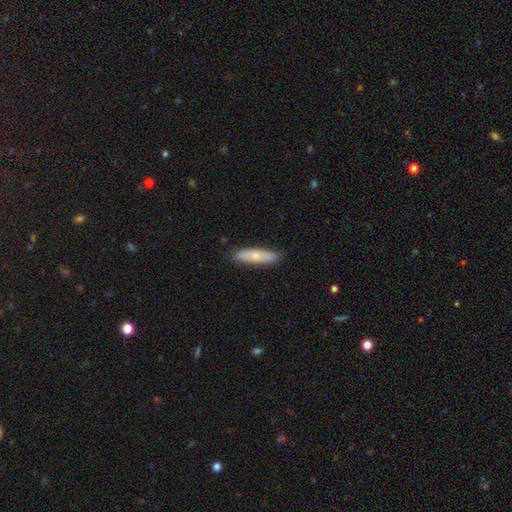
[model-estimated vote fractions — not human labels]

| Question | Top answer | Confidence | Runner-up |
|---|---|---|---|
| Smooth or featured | smooth | 63% | featured or disk (31%) |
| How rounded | cigar-shaped | 62% | in between (36%) |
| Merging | none | 84% | minor disturbance (12%) |